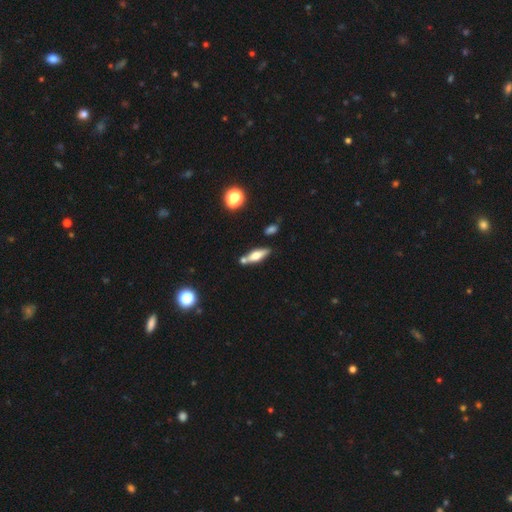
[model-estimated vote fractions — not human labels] Q: Smooth or featured?
A: smooth (49%); runner-up: featured or disk (43%)
Q: Merging?
A: none (66%); runner-up: merger (16%)